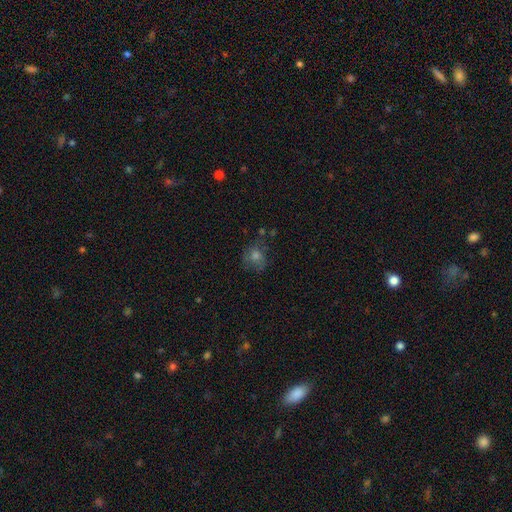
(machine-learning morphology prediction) Overall: smooth (56%; featured or disk 23%). How rounded: round (75%). Merging: none (64%).